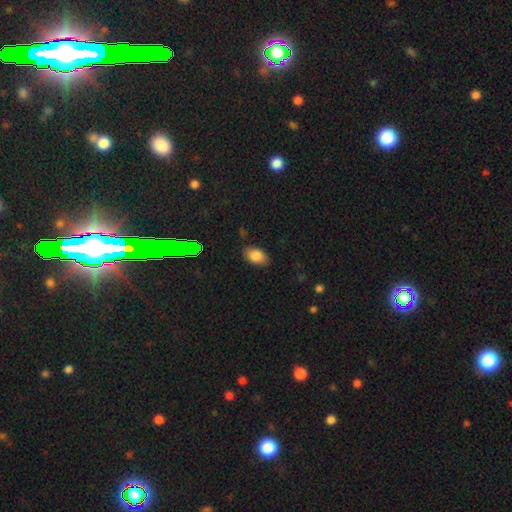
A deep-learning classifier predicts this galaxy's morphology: Smooth or featured? smooth (83%)
How rounded? in between (88%)
Merging? none (85%)